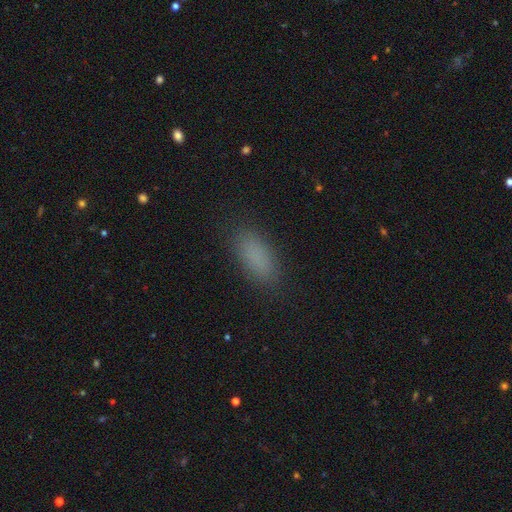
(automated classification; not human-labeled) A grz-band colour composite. It shows a smooth galaxy with no disk features (84%) that is in between round and cigar-shaped (85%). Merging: none (87%).